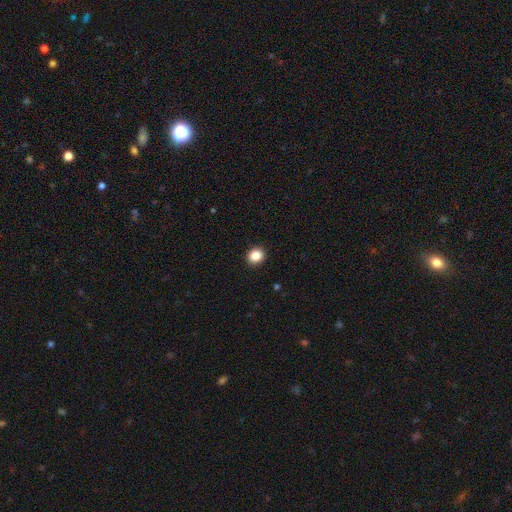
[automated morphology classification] Smooth or featured: smooth — 87% (star or artifact — 10%)
How rounded: round — 77% (in between — 22%)
Merging: none — 92% (minor disturbance — 6%)